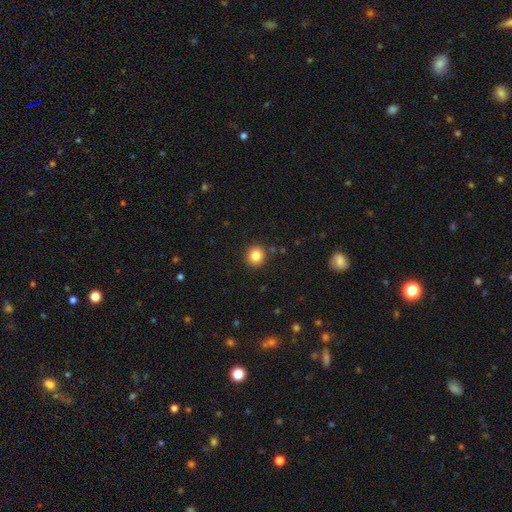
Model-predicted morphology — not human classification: The model was most divided on "smooth or featured": smooth: 83%, star or artifact: 11%, featured or disk: 6%. More confident: how rounded — round (93%); merging — none (91%).